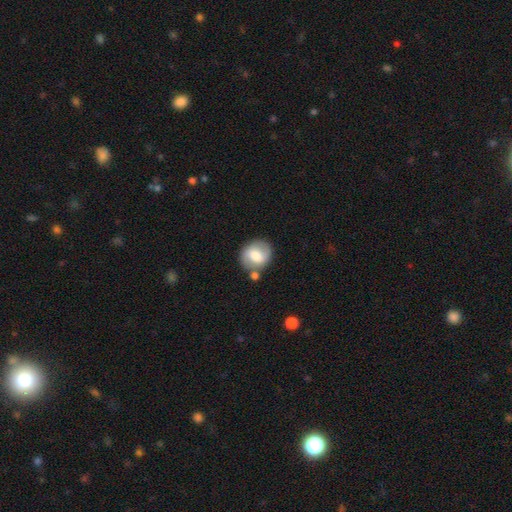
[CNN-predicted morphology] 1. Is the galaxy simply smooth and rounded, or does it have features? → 54% smooth, 39% featured or disk, 7% star or artifact.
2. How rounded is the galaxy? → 72% round, 27% in between, 1% cigar-shaped.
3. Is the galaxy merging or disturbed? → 72% none, 13% minor disturbance, 10% merger, 4% major disturbance.